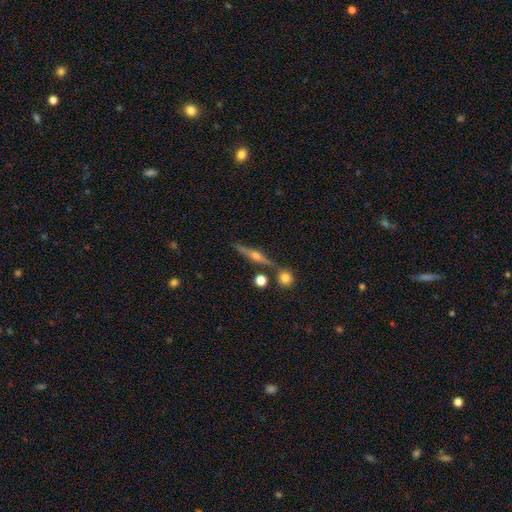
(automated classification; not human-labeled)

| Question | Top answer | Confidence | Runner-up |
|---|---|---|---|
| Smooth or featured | featured or disk | 78% | smooth (14%) |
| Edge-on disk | yes | 97% | no (3%) |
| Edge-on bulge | rounded | 92% | boxy (4%) |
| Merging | none | 84% | minor disturbance (8%) |